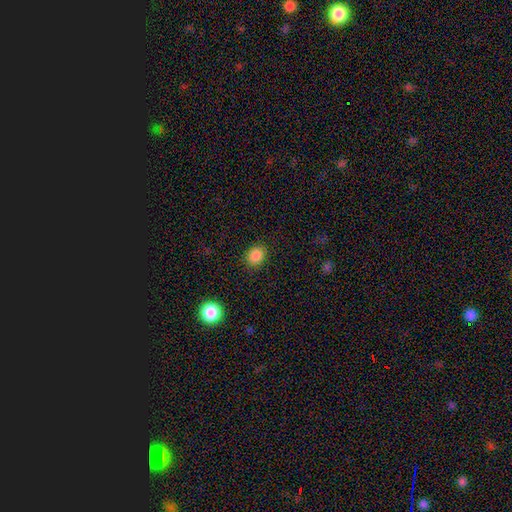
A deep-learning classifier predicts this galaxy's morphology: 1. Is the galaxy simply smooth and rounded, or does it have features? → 86% smooth, 10% star or artifact, 4% featured or disk.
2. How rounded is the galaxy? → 54% round, 45% in between, 1% cigar-shaped.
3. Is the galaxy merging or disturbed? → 88% none, 8% minor disturbance, 3% major disturbance, 1% merger.